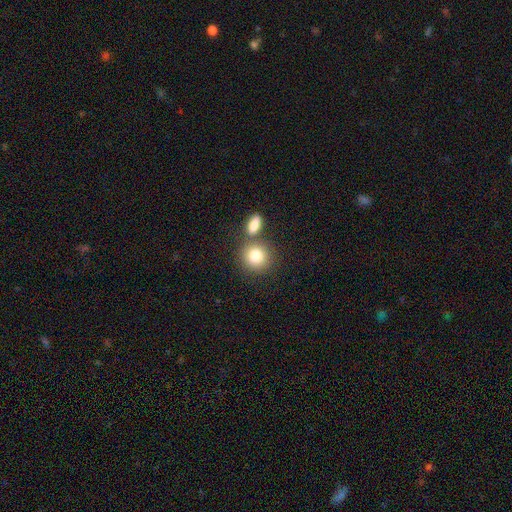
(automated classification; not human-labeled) smooth-or-featured: smooth: 82% | featured or disk: 10% | star or artifact: 9%
  how-rounded: round: 84% | in between: 15% | cigar-shaped: 1%
  merging: none: 61% | merger: 27% | minor disturbance: 9% | major disturbance: 3%